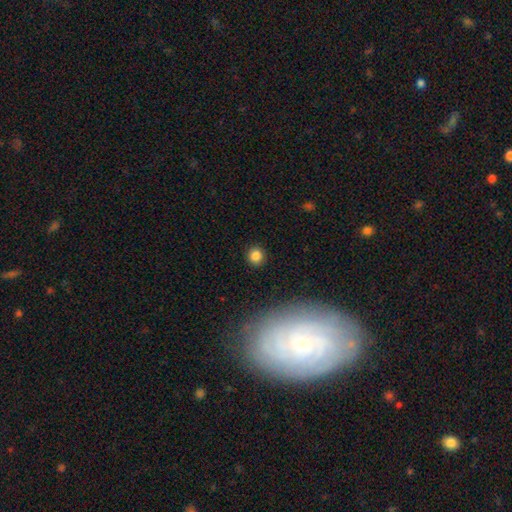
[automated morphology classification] Smooth or featured? smooth (84%)
How rounded? round (88%)
Merging? none (91%)